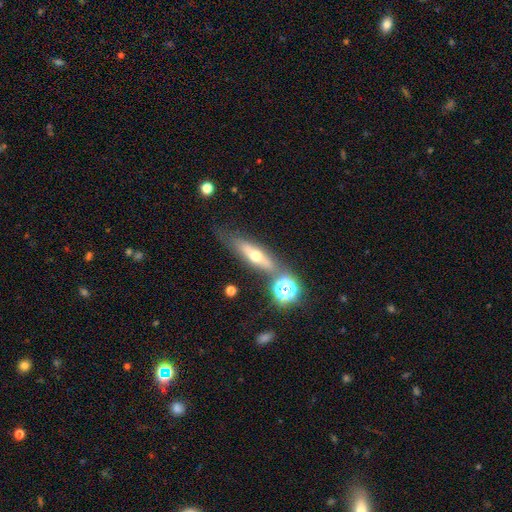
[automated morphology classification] This is possibly a featured or disk galaxy (46%). Merging: likely none (65%).